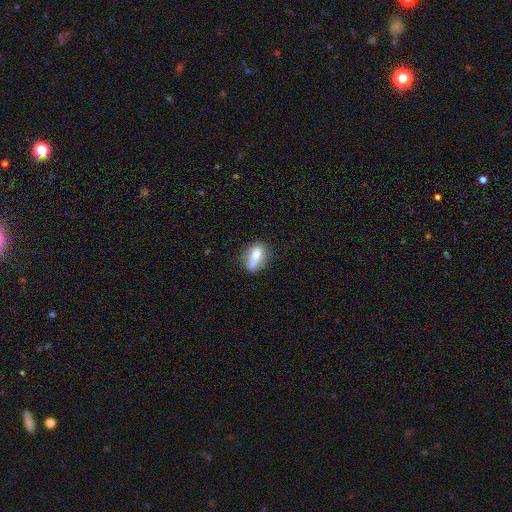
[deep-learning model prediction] Overall: smooth (69%). How rounded: in between (69%). Merging: none (62%; minor disturbance 25%).